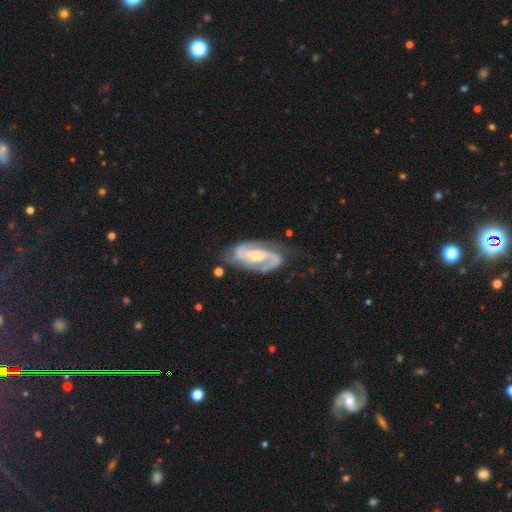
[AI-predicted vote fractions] This appears to be a featured or disk galaxy (91%) with a weak bar (39%), 2 (90%) medium (51%) spiral arms (98%) and a moderate central bulge (55%). Merging: none (73%).